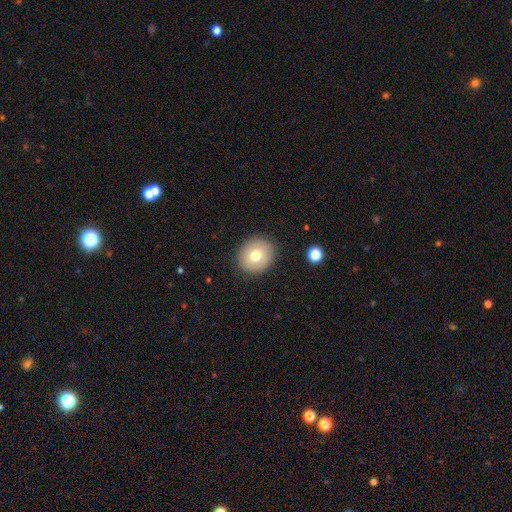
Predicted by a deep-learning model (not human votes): The model was most divided on "smooth or featured": smooth: 70%, featured or disk: 20%, star or artifact: 10%. More confident: merging — none (88%); how rounded — round (81%).